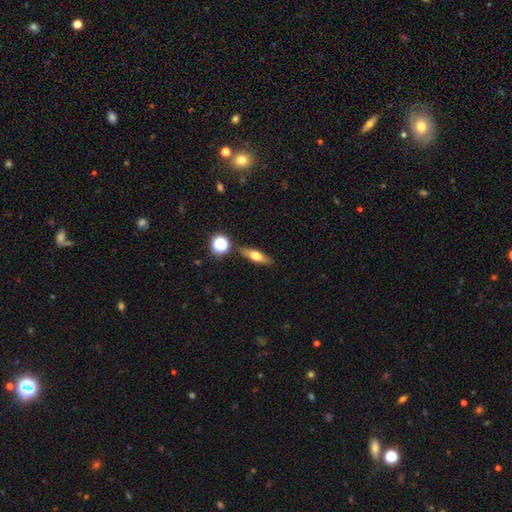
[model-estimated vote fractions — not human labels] A smooth galaxy with no disk features (55%) that is cigar-shaped (49%). Merging: none (83%).